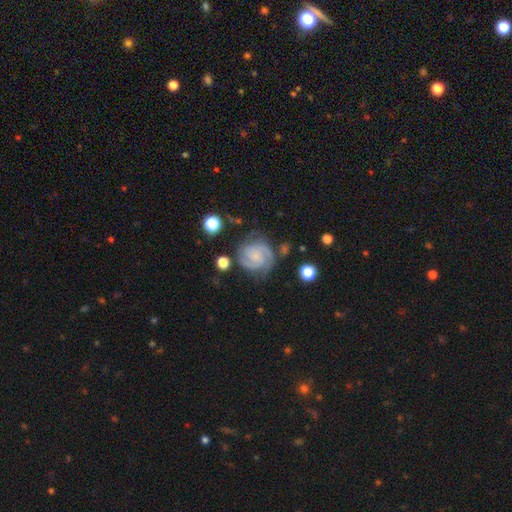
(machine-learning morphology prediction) This is clearly a featured or disk galaxy (83%). It is clearly not viewed edge-on (98%). Bar: possibly no (57%). Spiral arm pattern: clearly yes (97%). Spiral arm count: likely 2 (64%). Spiral winding: possibly tight (56%). Central bulge: marginally small (40%). Merging: likely none (70%).